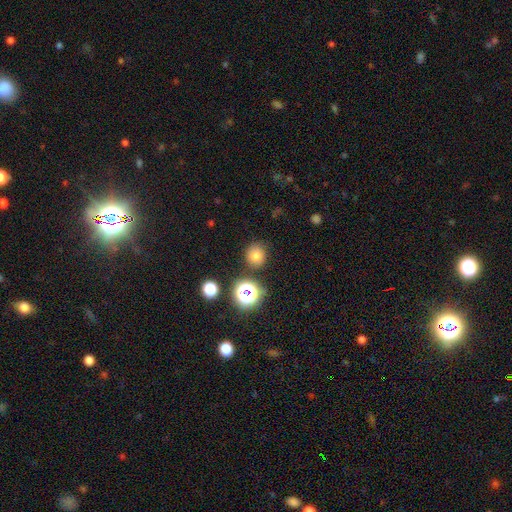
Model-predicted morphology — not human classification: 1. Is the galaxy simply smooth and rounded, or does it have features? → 72% smooth, 20% star or artifact, 8% featured or disk.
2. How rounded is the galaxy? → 89% round, 10% in between, 1% cigar-shaped.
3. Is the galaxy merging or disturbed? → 84% none, 10% minor disturbance, 4% merger, 3% major disturbance.